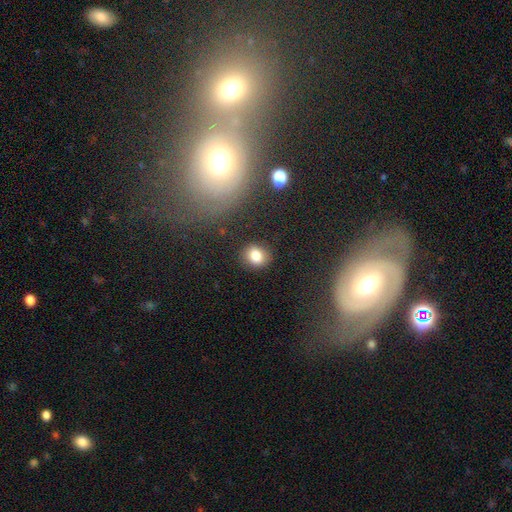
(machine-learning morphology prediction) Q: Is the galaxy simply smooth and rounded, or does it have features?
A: smooth — 82%.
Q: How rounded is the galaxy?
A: round — 71%.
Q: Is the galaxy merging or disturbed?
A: none — 85%.